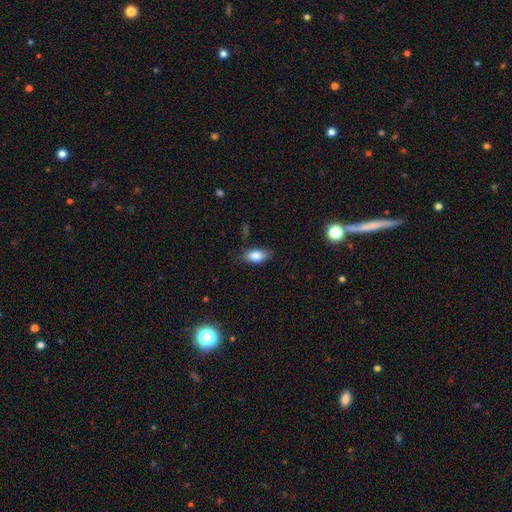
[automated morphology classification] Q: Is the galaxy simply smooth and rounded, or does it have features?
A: smooth — 82%.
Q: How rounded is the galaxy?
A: in between — 88%.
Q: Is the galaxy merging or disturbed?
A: none — 79%.